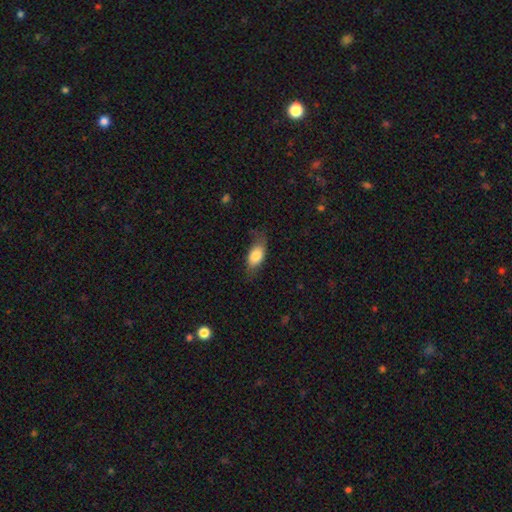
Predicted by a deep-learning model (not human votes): Overall: smooth (79%). How rounded: in between (88%). Merging: none (63%; minor disturbance 26%).